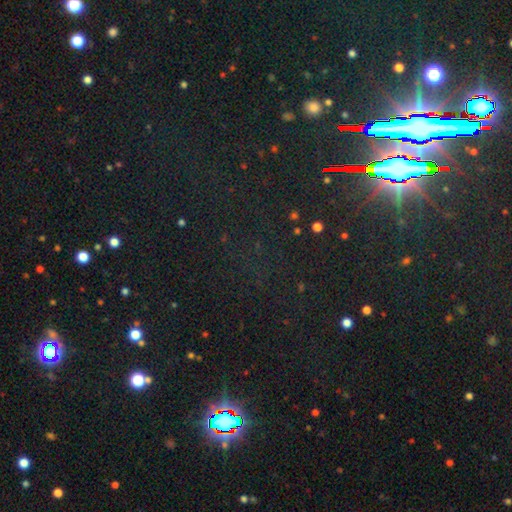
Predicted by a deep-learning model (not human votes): This is clearly a star or artifact rather than a galaxy (83%).